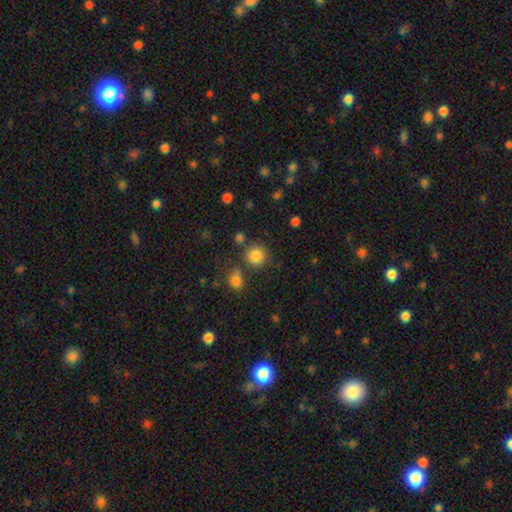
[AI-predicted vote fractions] Smooth or featured: smooth — 84% (star or artifact — 11%)
How rounded: round — 90% (in between — 9%)
Merging: none — 75% (merger — 11%)